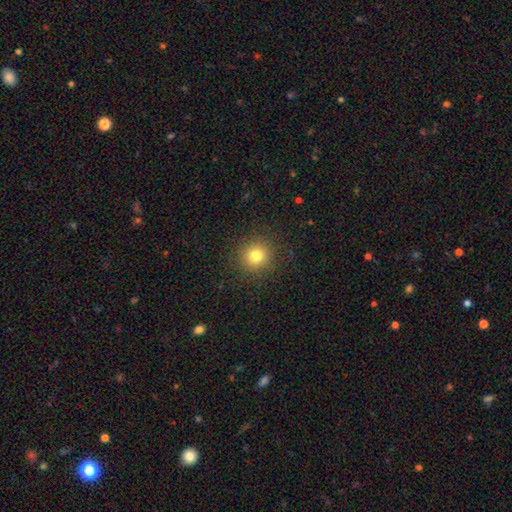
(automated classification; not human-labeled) smooth_or_featured: smooth (p=0.80) [alt: star or artifact p=0.14]
how_rounded: round (p=0.93) [alt: in between p=0.06]
merging: none (p=0.90) [alt: minor disturbance p=0.06]